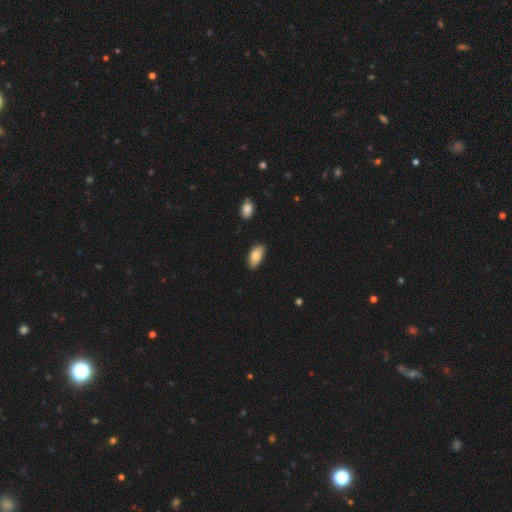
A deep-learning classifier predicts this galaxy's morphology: Smooth or featured?
  - smooth: 84% *
  - featured or disk: 9%
  - star or artifact: 7%
How rounded?
  - in between: 93% *
  - cigar-shaped: 4%
  - round: 2%
Merging?
  - none: 81% *
  - minor disturbance: 15%
  - major disturbance: 2%
  - merger: 2%